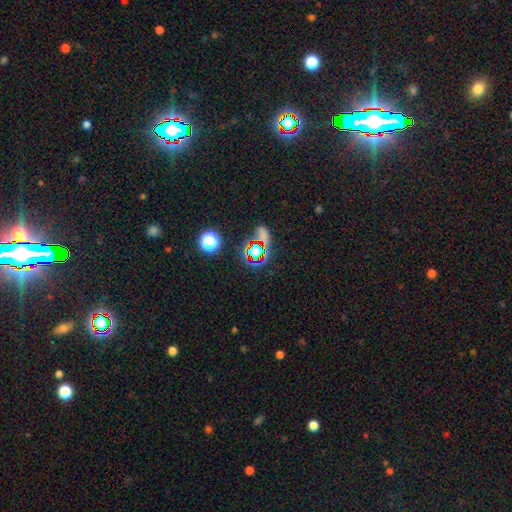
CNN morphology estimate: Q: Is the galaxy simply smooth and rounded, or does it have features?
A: star or artifact — 75%.